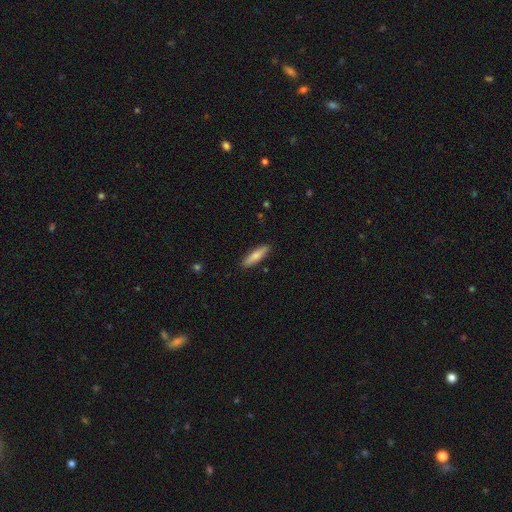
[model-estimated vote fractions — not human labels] Q: Smooth or featured?
A: smooth (73%); runner-up: featured or disk (21%)
Q: How rounded?
A: cigar-shaped (75%); runner-up: in between (24%)
Q: Merging?
A: none (89%); runner-up: minor disturbance (8%)